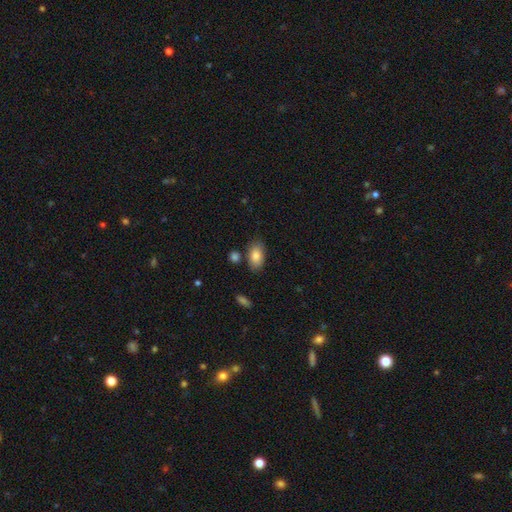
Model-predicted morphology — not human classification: smooth 84%, featured or disk 10%, star or artifact 7%. Down the decision tree: how rounded — in between (92%); merging — none (79%).